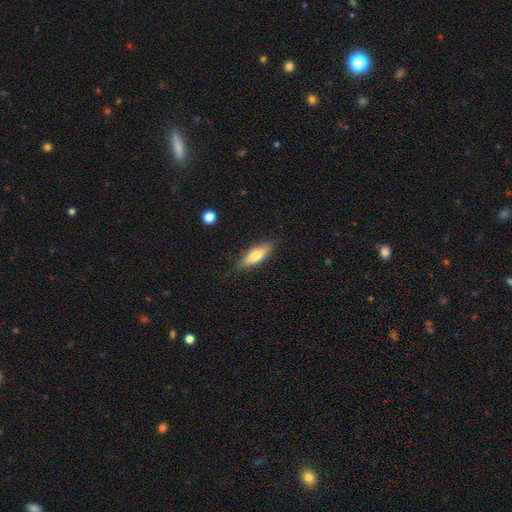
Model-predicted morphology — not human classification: Q: Smooth or featured?
A: smooth (59%); runner-up: featured or disk (35%)
Q: How rounded?
A: in between (52%); runner-up: cigar-shaped (46%)
Q: Merging?
A: none (84%); runner-up: minor disturbance (12%)